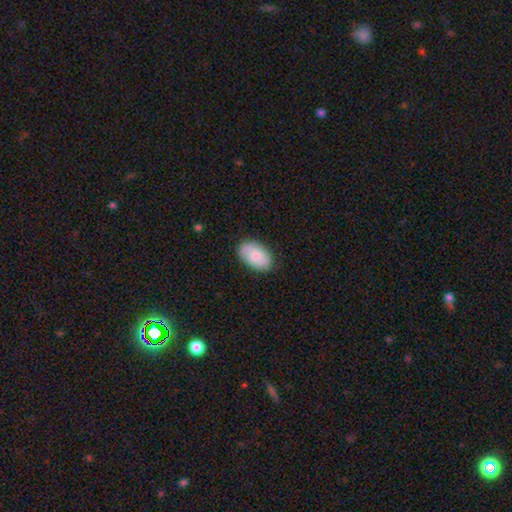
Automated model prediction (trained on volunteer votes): Overall: smooth (79%). How rounded: in between (93%). Merging: none (83%).